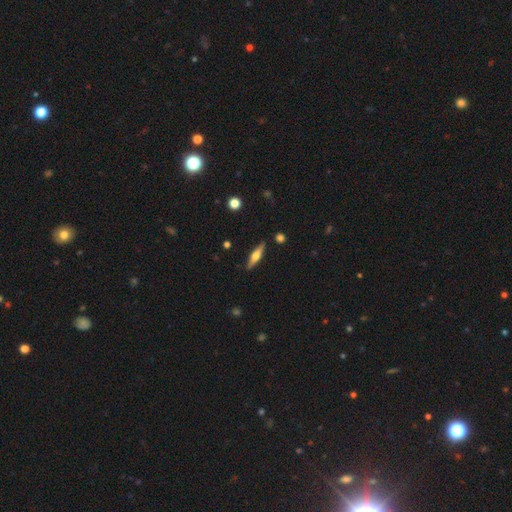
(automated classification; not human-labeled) Smooth or featured? Predicted: featured or disk (p=0.58). Edge-on disk? Predicted: yes (p=0.95). Edge-on bulge? Predicted: rounded (p=0.91). Merging? Predicted: none (p=0.88).